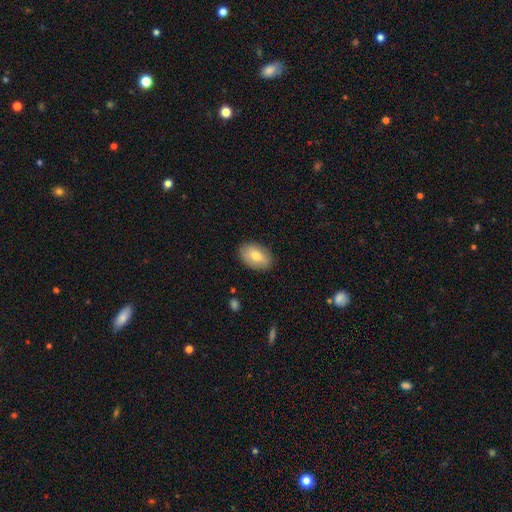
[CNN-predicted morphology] smooth_or_featured: smooth (p=0.74) [alt: featured or disk p=0.19]
how_rounded: in between (p=0.89) [alt: round p=0.10]
merging: none (p=0.86) [alt: minor disturbance p=0.11]